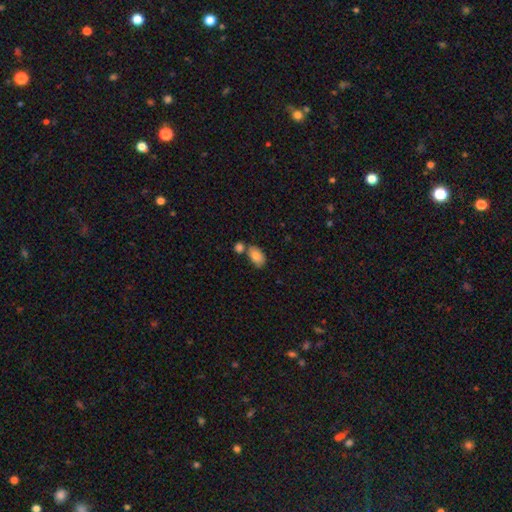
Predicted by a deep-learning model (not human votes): smooth-or-featured: smooth: 84% | featured or disk: 9% | star or artifact: 7%
  how-rounded: in between: 92% | round: 6% | cigar-shaped: 2%
  merging: none: 54% | merger: 28% | minor disturbance: 14% | major disturbance: 4%